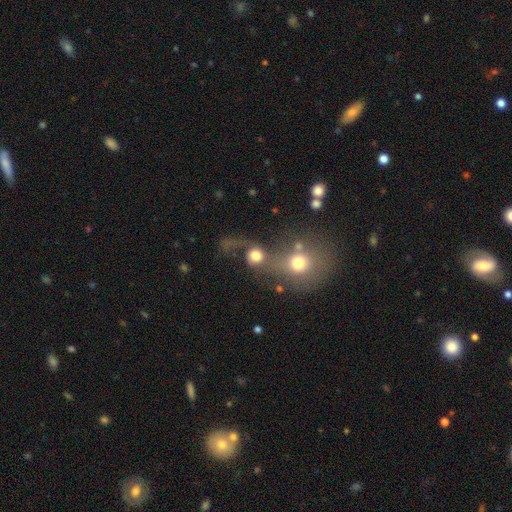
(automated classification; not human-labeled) smooth_or_featured: smooth (p=0.61) [alt: featured or disk p=0.25]
how_rounded: round (p=0.81) [alt: in between p=0.17]
merging: merger (p=0.54) [alt: none p=0.20]